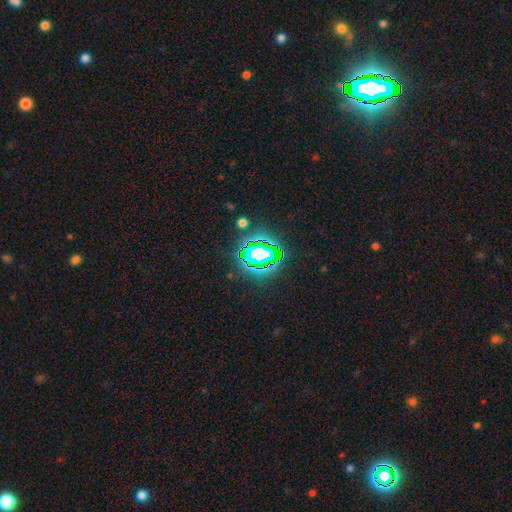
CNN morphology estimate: smooth_or_featured: star or artifact (p=0.80) [alt: smooth p=0.13]